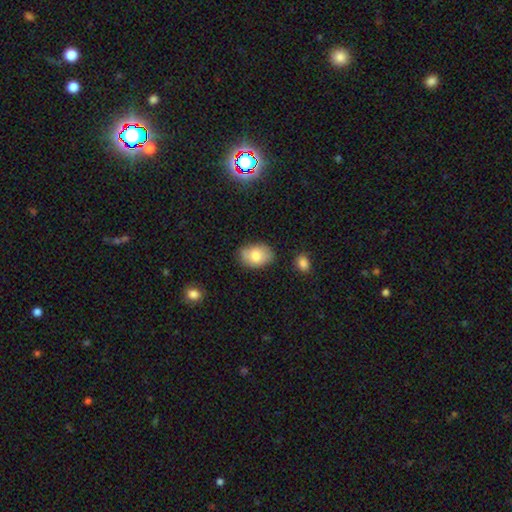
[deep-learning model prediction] A smooth galaxy with no disk features (79%) that is in between round and cigar-shaped (81%). Merging: none (75%).